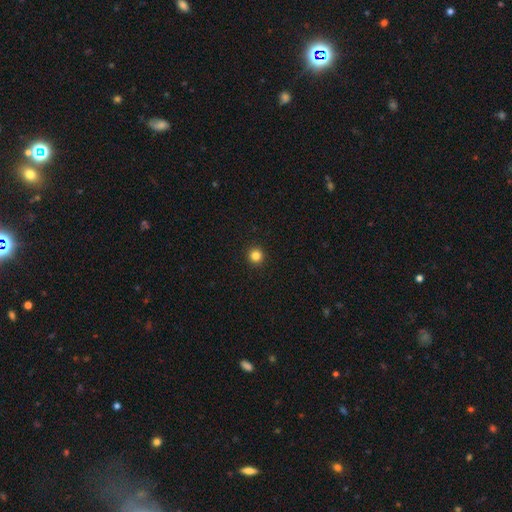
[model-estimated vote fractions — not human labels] smooth_or_featured: smooth (p=0.83) [alt: star or artifact p=0.13]
how_rounded: round (p=0.96) [alt: in between p=0.03]
merging: none (p=0.94) [alt: minor disturbance p=0.04]